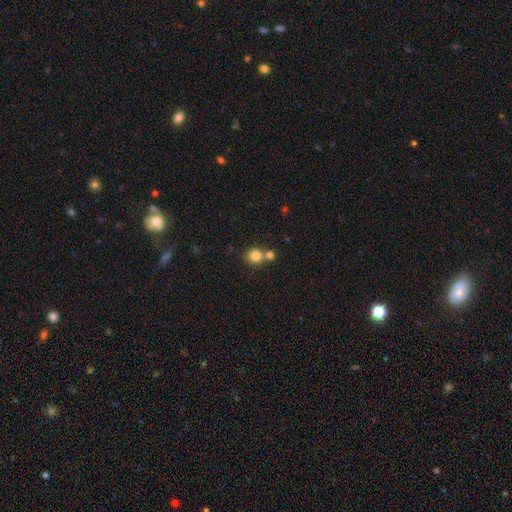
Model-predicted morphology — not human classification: This appears to be a smooth galaxy with no disk features (82%) that is round (85%). Merging: none (55%).